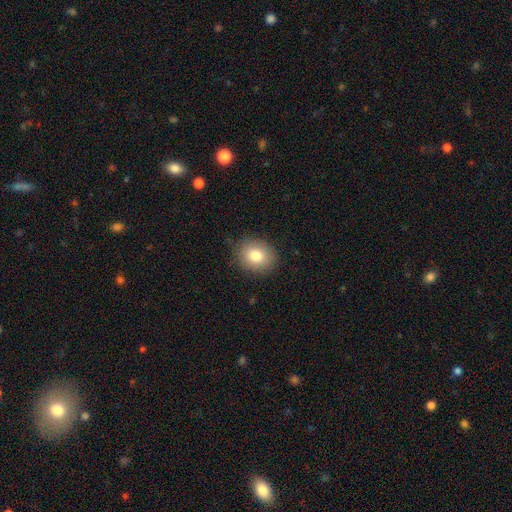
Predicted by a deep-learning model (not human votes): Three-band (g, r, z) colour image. It shows a smooth galaxy with no disk features (81%) that is round (65%). Merging: none (88%).